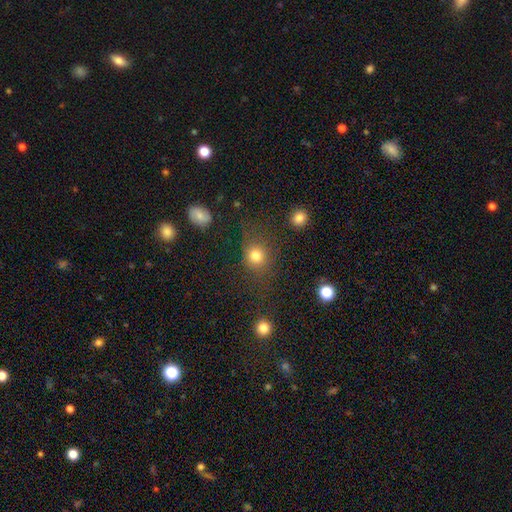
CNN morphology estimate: Smooth or featured? smooth (78%)
How rounded? round (80%)
Merging? none (72%)